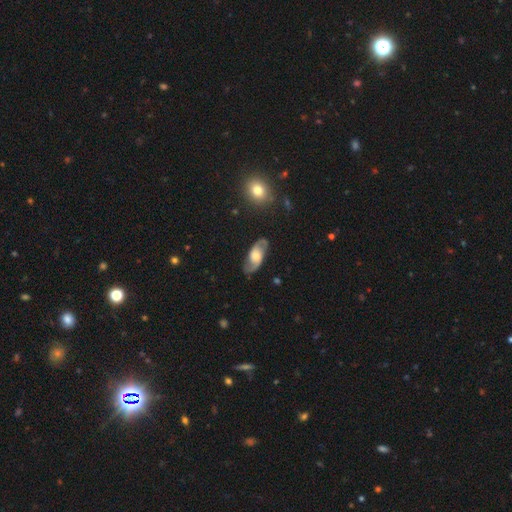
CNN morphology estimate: A featured or disk galaxy (78%) with no bar (60%), 2 (91%) medium (49%) spiral arms (93%) and a moderate central bulge (52%).

Vote fractions:
- Smooth or featured? featured or disk: 78% / smooth: 16% / star or artifact: 6%
- Edge-on disk? no: 94% / yes: 6%
- Bar? no: 60% / weak: 32% / strong: 8%
- Spiral arms? yes: 93% / no: 7%
- Spiral winding? medium: 49% / loose: 29% / tight: 21%
- Spiral arm count? 2: 91% / can't tell: 5% / 1: 2% / 3: 1% / 4: 1% / more than 4: 1%
- Bulge size? moderate: 52% / small: 27% / large: 15% / none: 4% / dominant: 2%
- Merging? none: 80% / minor disturbance: 14% / major disturbance: 5% / merger: 2%